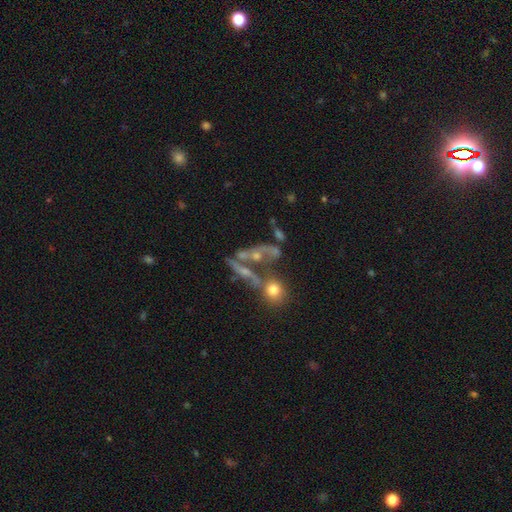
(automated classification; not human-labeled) smooth_or_featured: featured or disk (p=0.58) [alt: smooth p=0.22]
disk_edge_on: no (p=0.78) [alt: yes p=0.22]
merging: merger (p=0.34) [alt: none p=0.33]